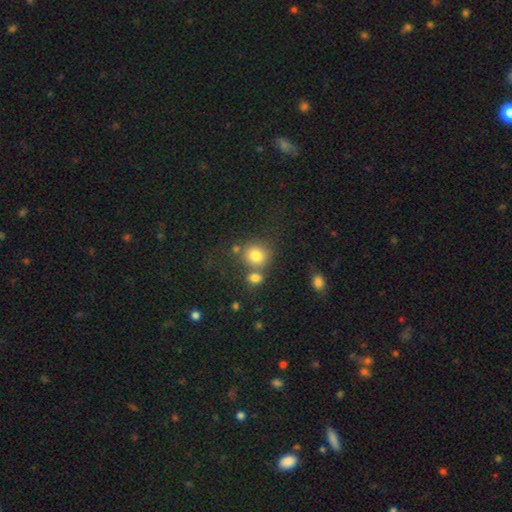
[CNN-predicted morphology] Q: Smooth or featured?
A: smooth (79%); runner-up: star or artifact (12%)
Q: How rounded?
A: round (82%); runner-up: in between (17%)
Q: Merging?
A: none (55%); runner-up: merger (28%)